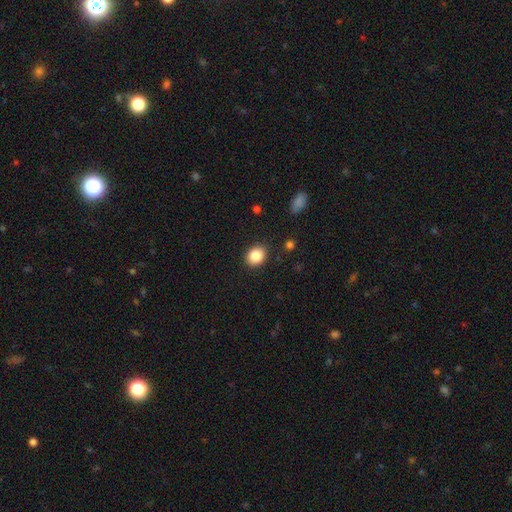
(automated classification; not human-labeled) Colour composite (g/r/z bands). It shows a smooth galaxy with no disk features (86%) that is round (60%). Merging: none (89%).